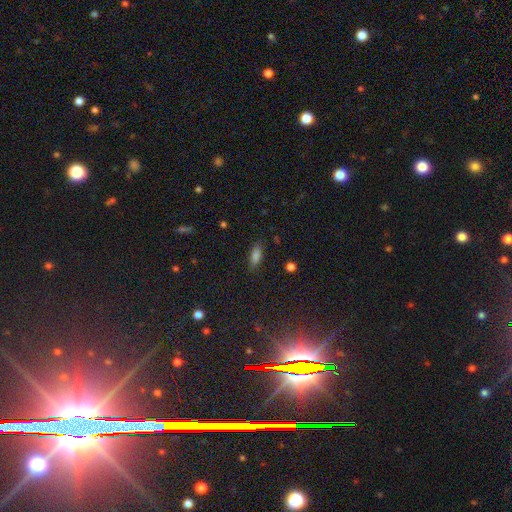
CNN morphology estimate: Smooth or featured? Predicted: smooth (p=0.78). How rounded? Predicted: in between (p=0.68). Merging? Predicted: none (p=0.83).